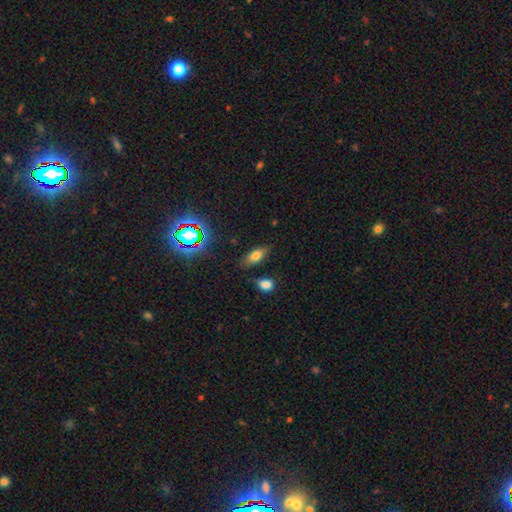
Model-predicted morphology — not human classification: The model was most divided on "smooth or featured": smooth: 73%, star or artifact: 14%, featured or disk: 13%. More confident: how rounded — in between (82%); merging — none (77%).